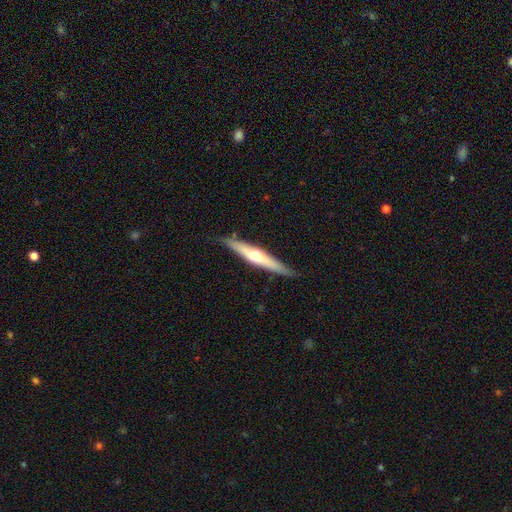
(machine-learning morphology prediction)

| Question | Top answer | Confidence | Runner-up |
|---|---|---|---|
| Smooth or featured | featured or disk | 62% | smooth (33%) |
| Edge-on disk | yes | 95% | no (5%) |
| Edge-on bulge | rounded | 88% | none (7%) |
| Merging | none | 86% | minor disturbance (11%) |